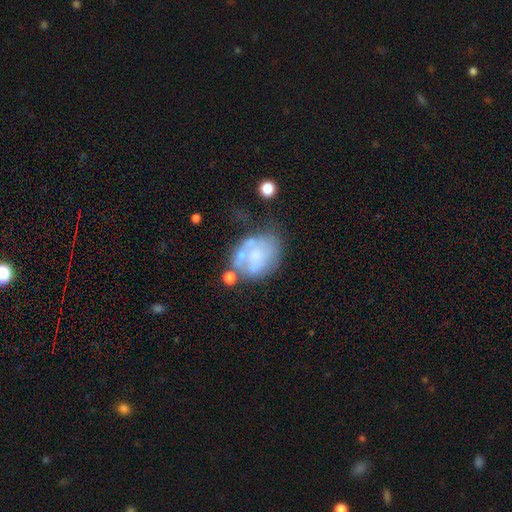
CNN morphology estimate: This is possibly a featured or disk galaxy (53%). It is clearly not viewed edge-on (97%). Bar: clearly no (86%). Spiral arm pattern: clearly no (82%). Central bulge: marginally none (37%). Merging: marginally none (37%).